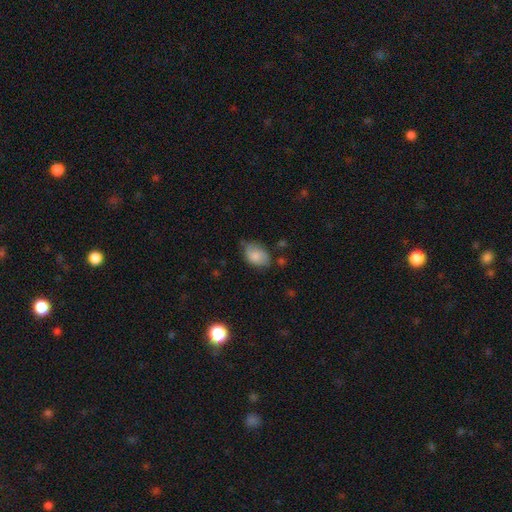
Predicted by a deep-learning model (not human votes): Q: Smooth or featured?
A: smooth (77%); runner-up: featured or disk (16%)
Q: How rounded?
A: in between (82%); runner-up: round (17%)
Q: Merging?
A: none (53%); runner-up: minor disturbance (36%)